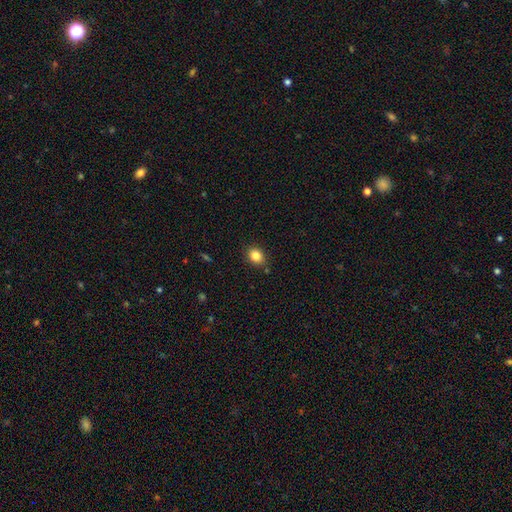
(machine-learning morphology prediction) Smooth or featured? smooth (85%)
How rounded? round (50%)
Merging? none (84%)